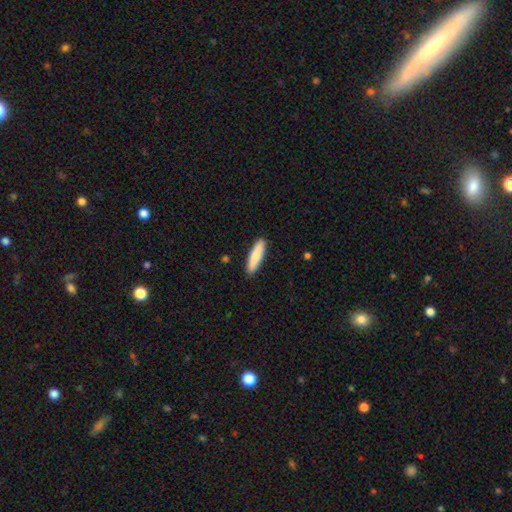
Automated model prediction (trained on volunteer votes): smooth-or-featured: smooth: 81% | featured or disk: 14% | star or artifact: 5%
  how-rounded: cigar-shaped: 81% | in between: 17% | round: 1%
  merging: none: 91% | minor disturbance: 7% | major disturbance: 1% | merger: 1%